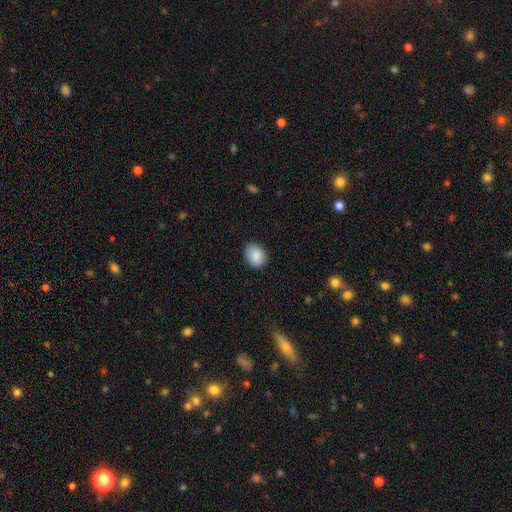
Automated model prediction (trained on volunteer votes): A smooth galaxy with no disk features (89%) that is in between round and cigar-shaped (51%).

Vote fractions:
- Smooth or featured? smooth: 89% / star or artifact: 7% / featured or disk: 4%
- How rounded? in between: 51% / round: 48% / cigar-shaped: 1%
- Merging? none: 85% / minor disturbance: 11% / major disturbance: 2% / merger: 1%